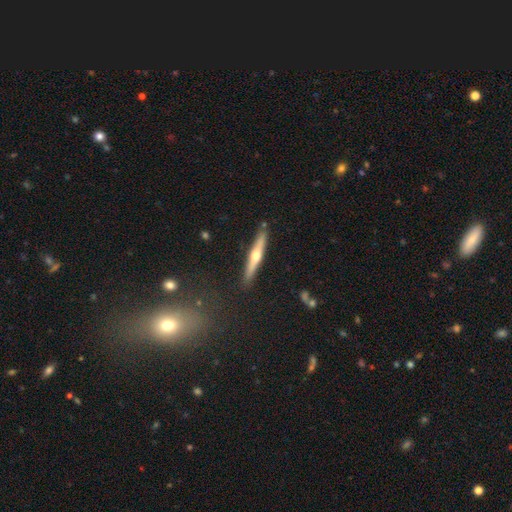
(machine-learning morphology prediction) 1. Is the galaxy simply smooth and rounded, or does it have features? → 63% featured or disk, 31% smooth, 6% star or artifact.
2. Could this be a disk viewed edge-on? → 97% yes, 3% no.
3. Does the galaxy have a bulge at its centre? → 91% rounded, 7% none, 3% boxy.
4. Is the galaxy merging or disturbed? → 89% none, 8% minor disturbance, 2% merger, 2% major disturbance.